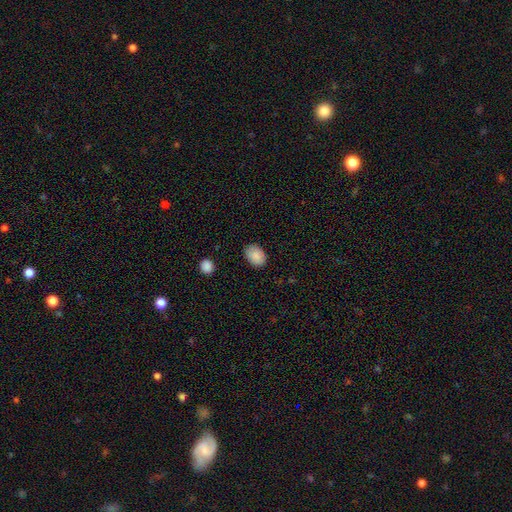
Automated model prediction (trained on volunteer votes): The model was most divided on "how rounded": in between: 77%, round: 22%, cigar-shaped: 1%. More confident: smooth or featured — smooth (88%); merging — none (84%).